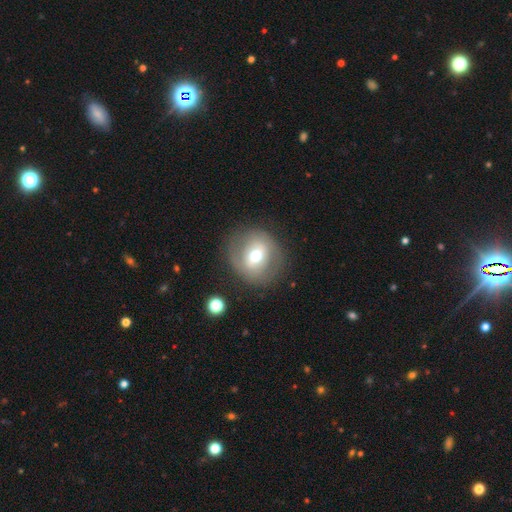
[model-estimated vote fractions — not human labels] Q: Smooth or featured?
A: smooth (54%); runner-up: featured or disk (37%)
Q: How rounded?
A: round (82%); runner-up: in between (17%)
Q: Merging?
A: none (80%); runner-up: minor disturbance (12%)